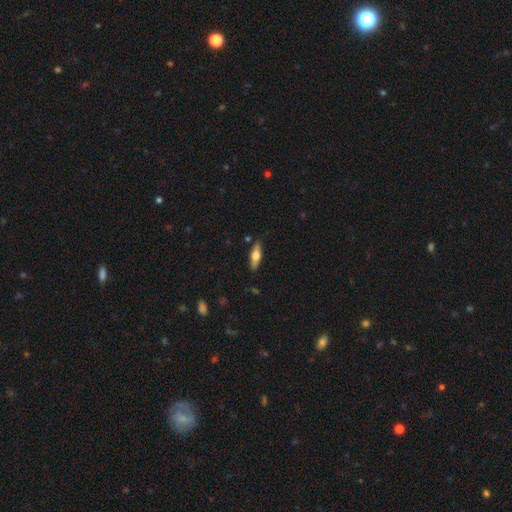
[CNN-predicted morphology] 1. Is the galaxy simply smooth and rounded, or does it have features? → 55% smooth, 39% featured or disk, 6% star or artifact.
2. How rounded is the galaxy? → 52% in between, 45% cigar-shaped, 3% round.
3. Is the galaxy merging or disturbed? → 86% none, 10% minor disturbance, 2% major disturbance, 2% merger.